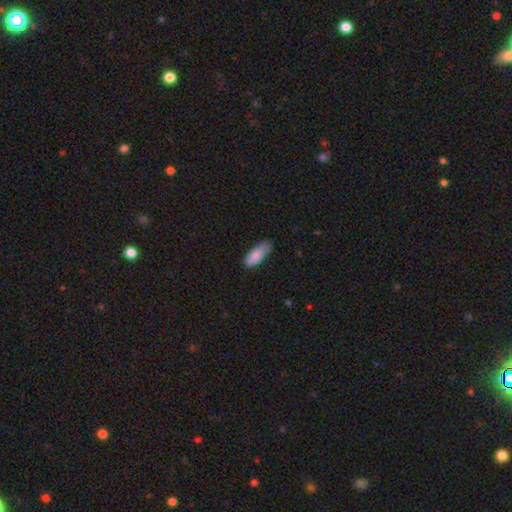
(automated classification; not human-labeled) The model was most divided on "merging": none: 66%, minor disturbance: 29%, major disturbance: 5%, merger: 1%. More confident: smooth or featured — smooth (87%); how rounded — in between (80%).